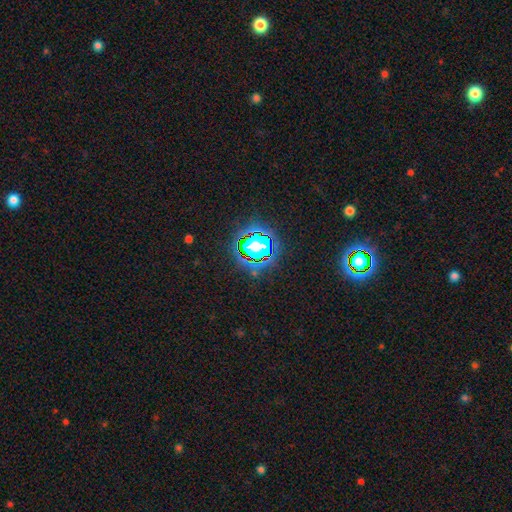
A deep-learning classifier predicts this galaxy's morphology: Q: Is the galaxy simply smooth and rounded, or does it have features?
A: star or artifact — 67%.